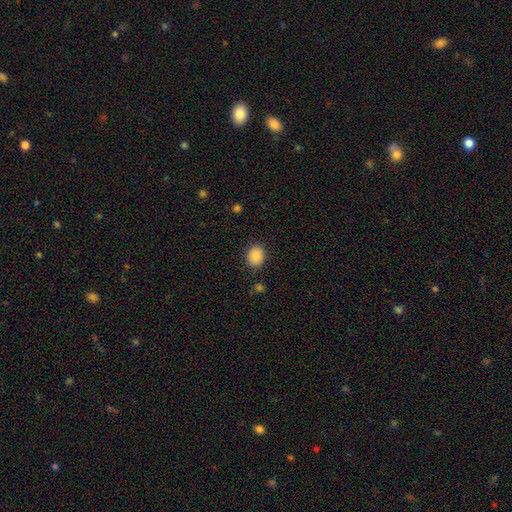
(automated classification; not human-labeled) A smooth galaxy with no disk features (87%) that is round (51%).

Vote fractions:
- Smooth or featured? smooth: 87% / star or artifact: 8% / featured or disk: 5%
- How rounded? round: 51% / in between: 48% / cigar-shaped: 1%
- Merging? none: 86% / minor disturbance: 9% / major disturbance: 3% / merger: 2%